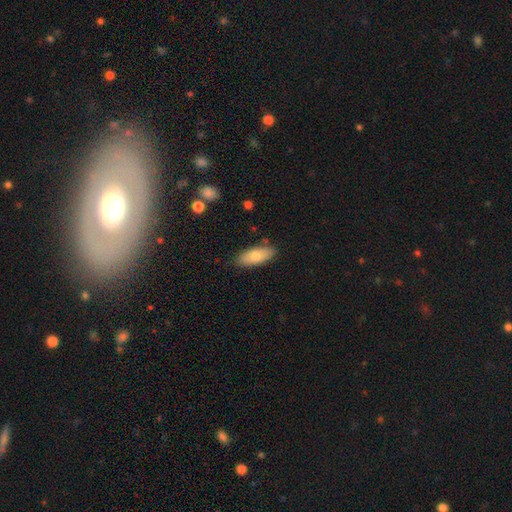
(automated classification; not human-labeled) Smooth or featured: smooth — 74% (featured or disk — 19%)
How rounded: in between — 81% (cigar-shaped — 16%)
Merging: none — 84% (minor disturbance — 12%)